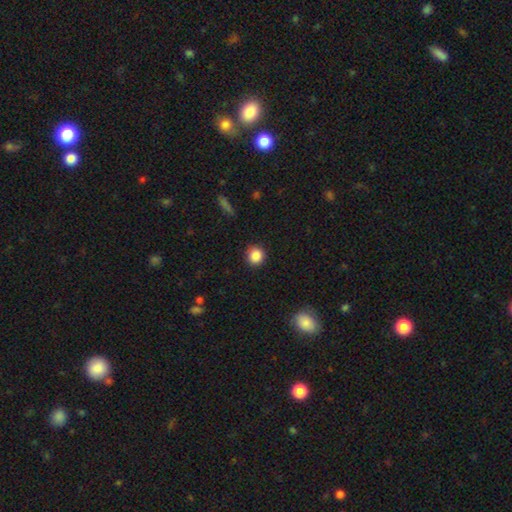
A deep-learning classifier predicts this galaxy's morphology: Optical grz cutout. It shows a smooth galaxy with no disk features (86%) that is round (90%). Merging: none (90%).